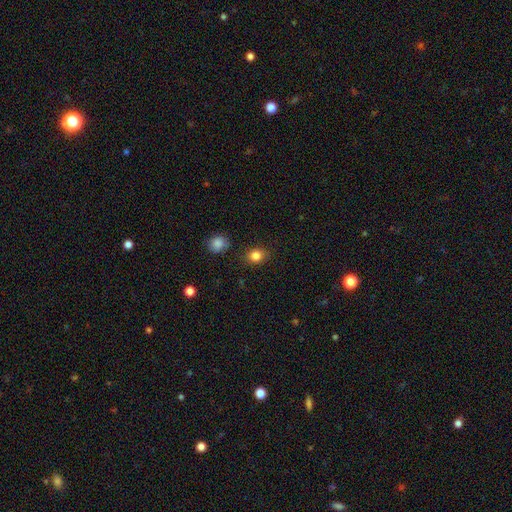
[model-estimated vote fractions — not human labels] This is clearly a smooth galaxy (84%). How rounded: likely round (63%). Merging: clearly none (85%).